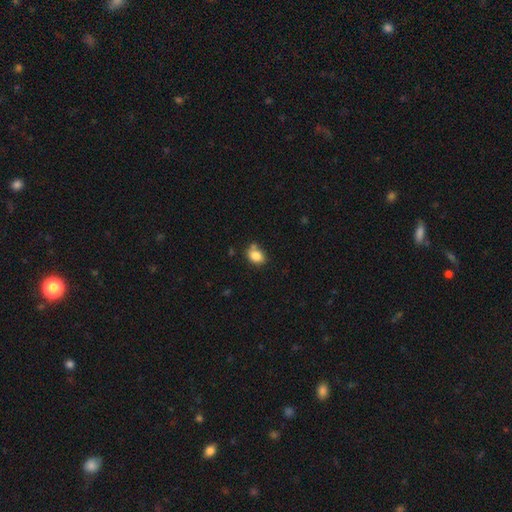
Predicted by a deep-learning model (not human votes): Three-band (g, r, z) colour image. It shows a smooth galaxy with no disk features (83%) that is in between round and cigar-shaped (65%). Merging: none (63%).